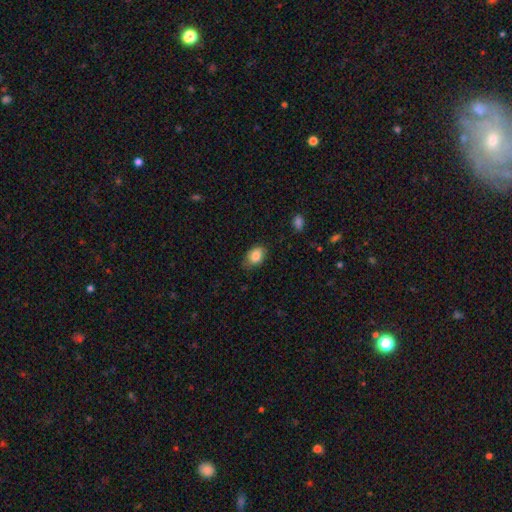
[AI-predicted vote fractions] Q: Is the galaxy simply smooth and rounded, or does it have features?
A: smooth — 85%.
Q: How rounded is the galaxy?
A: in between — 83%.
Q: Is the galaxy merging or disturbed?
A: none — 75%.